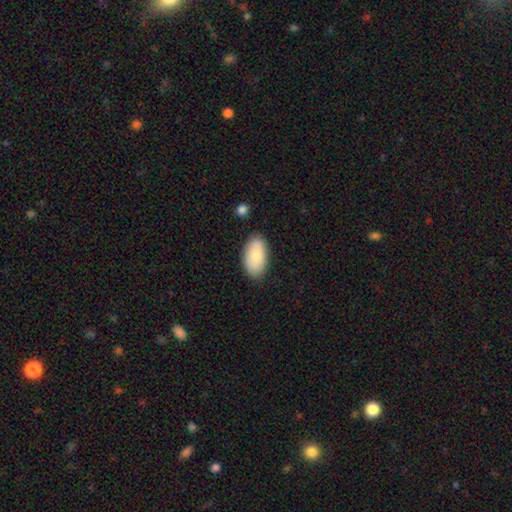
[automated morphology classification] This is clearly a smooth galaxy (83%). How rounded: clearly in between (95%). Merging: clearly none (83%).